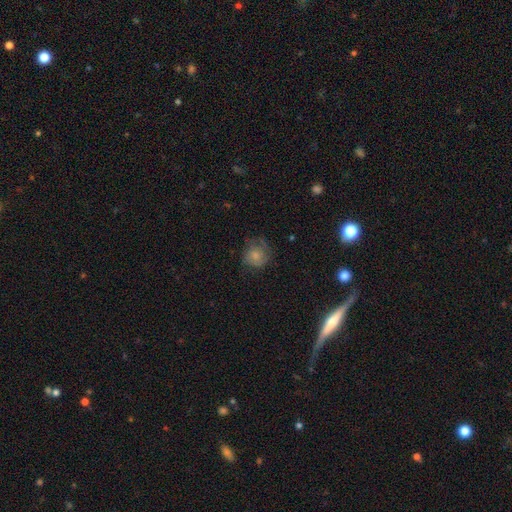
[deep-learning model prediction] A smooth galaxy with no disk features (67%) that is round (84%).

Vote fractions:
- Smooth or featured? smooth: 67% / featured or disk: 23% / star or artifact: 10%
- How rounded? round: 84% / in between: 15% / cigar-shaped: 1%
- Merging? none: 58% / minor disturbance: 25% / major disturbance: 15% / merger: 1%